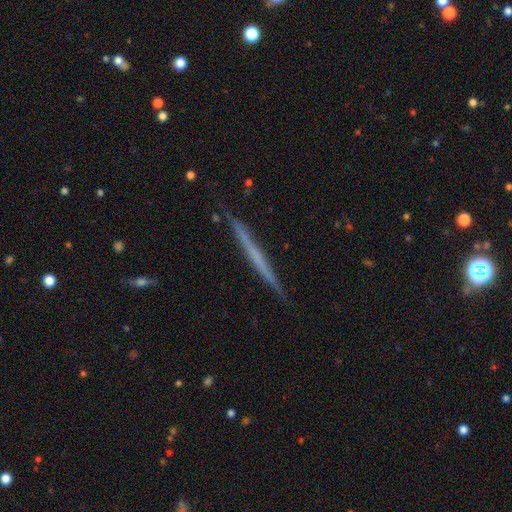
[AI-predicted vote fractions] featured or disk 54%, smooth 39%, star or artifact 7%. Down the decision tree: edge-on disk — yes (97%); edge-on bulge — none (89%); merging — none (90%).